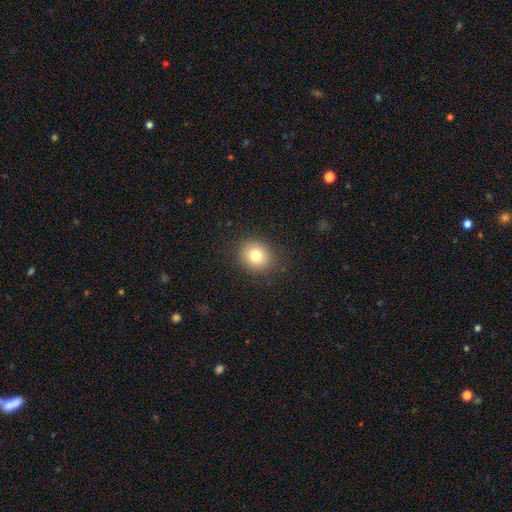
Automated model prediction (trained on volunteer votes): Smooth or featured: smooth — 80% (star or artifact — 11%)
How rounded: round — 76% (in between — 23%)
Merging: none — 88% (minor disturbance — 8%)